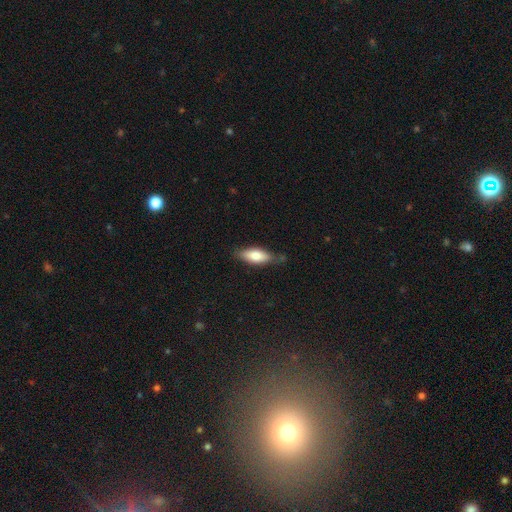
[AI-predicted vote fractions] smooth 75%, featured or disk 19%, star or artifact 6%. Down the decision tree: how rounded — in between (73%); merging — none (70%).